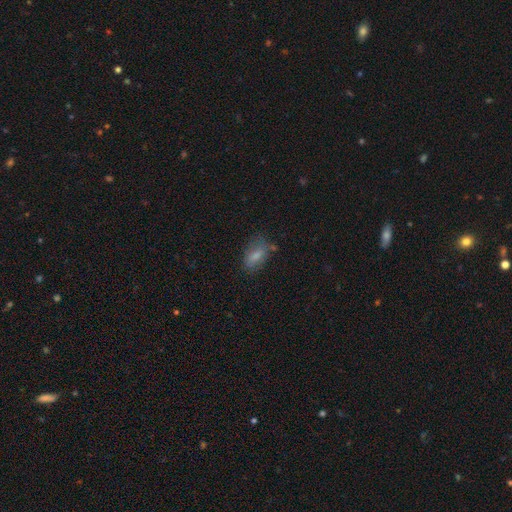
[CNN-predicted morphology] Smooth or featured? Predicted: smooth (p=0.75). How rounded? Predicted: in between (p=0.86). Merging? Predicted: none (p=0.60).